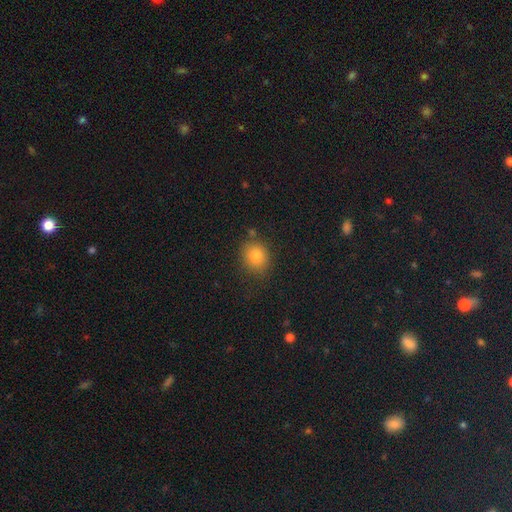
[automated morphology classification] This is likely a smooth galaxy (79%). How rounded: likely round (70%). Merging: likely none (79%).